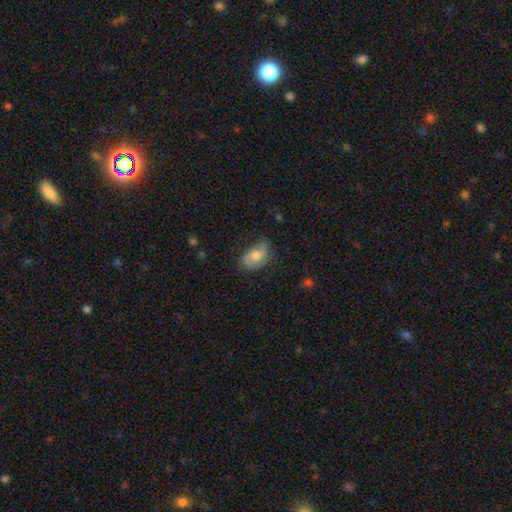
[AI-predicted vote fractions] Smooth or featured? Predicted: smooth (p=0.56). How rounded? Predicted: in between (p=0.86). Merging? Predicted: none (p=0.56).